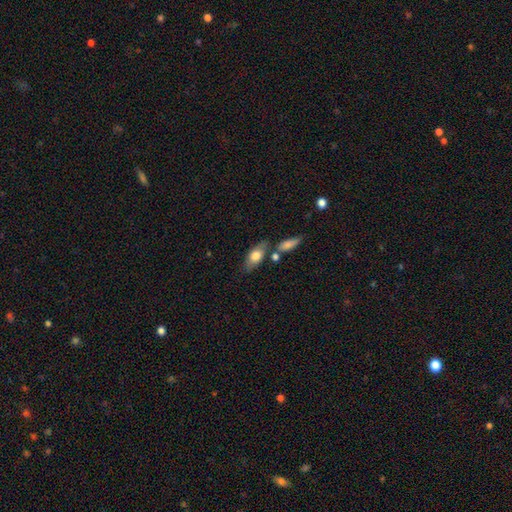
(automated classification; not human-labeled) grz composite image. It shows a smooth galaxy with no disk features (69%) that is in between round and cigar-shaped (79%). Merging: none (64%).